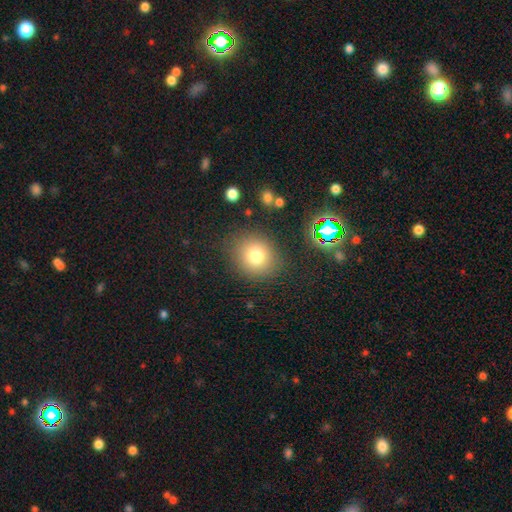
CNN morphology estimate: Smooth or featured? smooth (76%)
How rounded? round (80%)
Merging? none (83%)